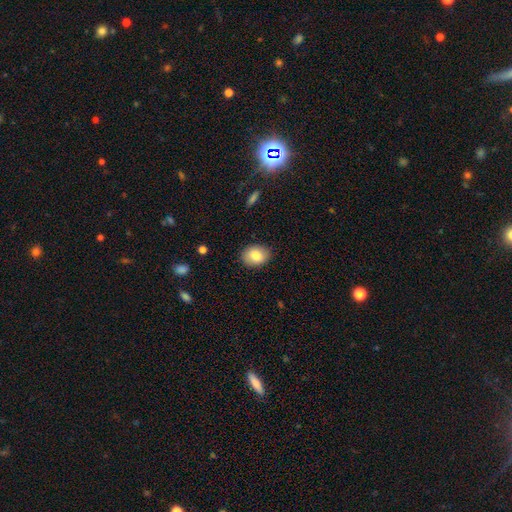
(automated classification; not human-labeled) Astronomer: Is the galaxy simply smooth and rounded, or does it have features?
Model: smooth — 82%.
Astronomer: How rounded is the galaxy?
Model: in between — 63%.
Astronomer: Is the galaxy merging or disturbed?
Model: none — 87%.